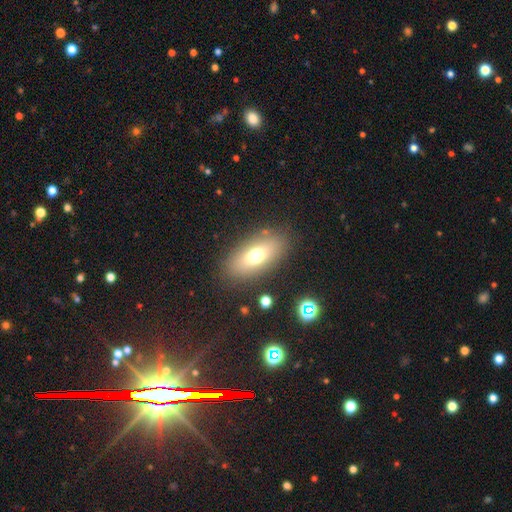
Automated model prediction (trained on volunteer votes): The model was most divided on "smooth or featured": smooth: 68%, featured or disk: 21%, star or artifact: 11%. More confident: how rounded — in between (84%); merging — none (83%).